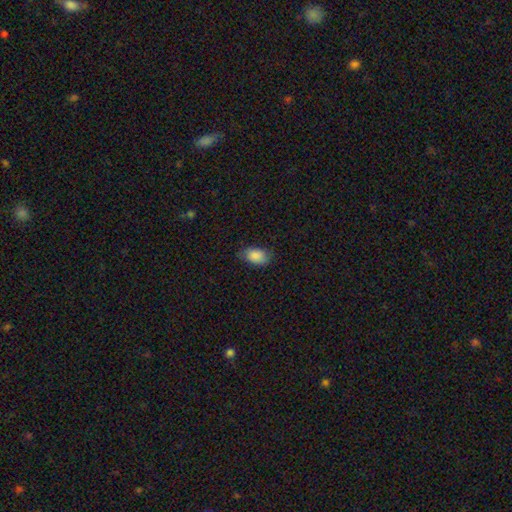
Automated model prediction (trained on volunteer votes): Overall: smooth (87%). How rounded: in between (89%). Merging: none (71%).